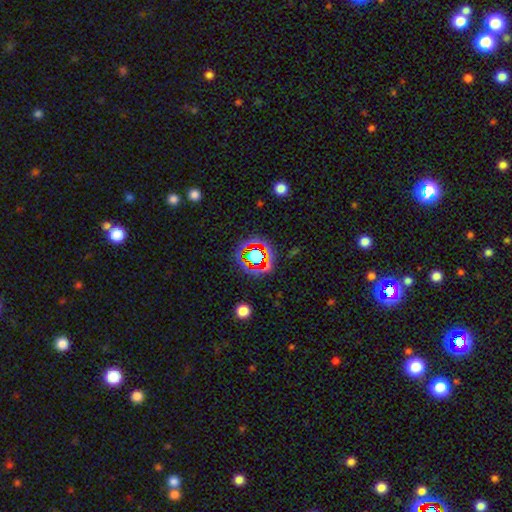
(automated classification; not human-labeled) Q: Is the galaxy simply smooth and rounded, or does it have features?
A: star or artifact — 55%.